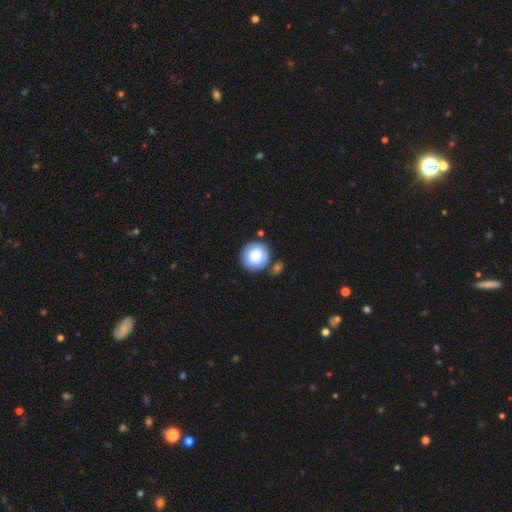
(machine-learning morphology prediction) type=smooth (79%); roundness=round (92%); merging=none (71%).